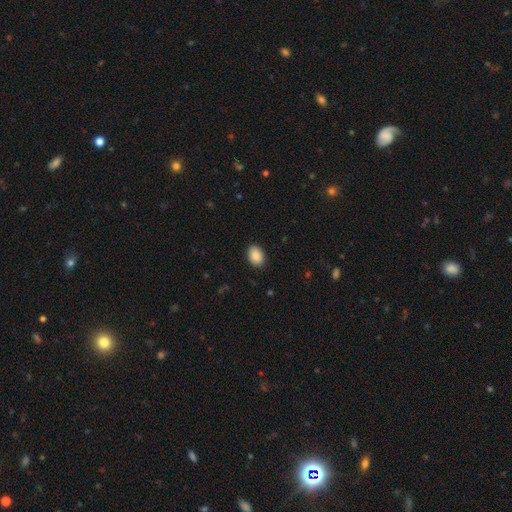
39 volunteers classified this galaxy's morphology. A smooth galaxy with no disk features (92%) that is in between round and cigar-shaped (75%).

Vote fractions:
- Smooth or featured? smooth: 92% / star or artifact: 5% / featured or disk: 3%
- How rounded? in between: 75% / round: 25% / cigar-shaped: 0%
- Merging? none: 92% / minor disturbance: 8% / major disturbance: 0% / merger: 0%